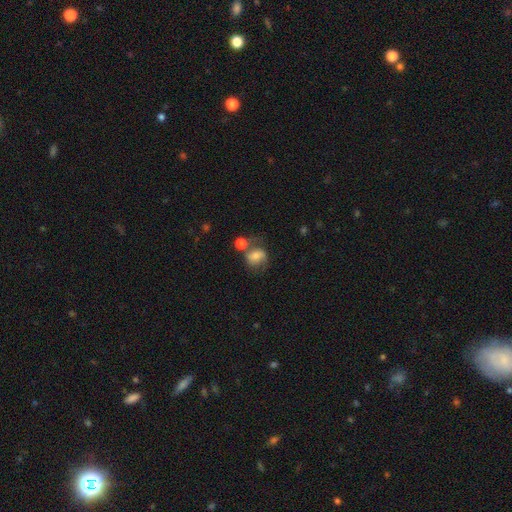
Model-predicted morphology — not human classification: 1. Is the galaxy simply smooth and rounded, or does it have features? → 60% smooth, 29% featured or disk, 11% star or artifact.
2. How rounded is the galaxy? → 54% round, 45% in between, 1% cigar-shaped.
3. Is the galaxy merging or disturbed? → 40% none, 26% merger, 20% minor disturbance, 14% major disturbance.